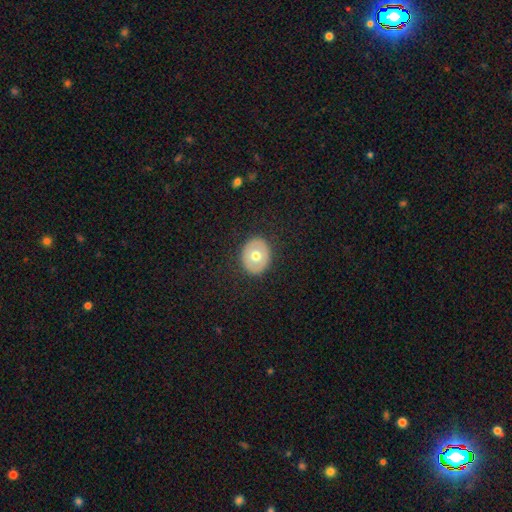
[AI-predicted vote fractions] smooth 58%, featured or disk 34%, star or artifact 7%. Down the decision tree: how rounded — round (61%); merging — none (88%).